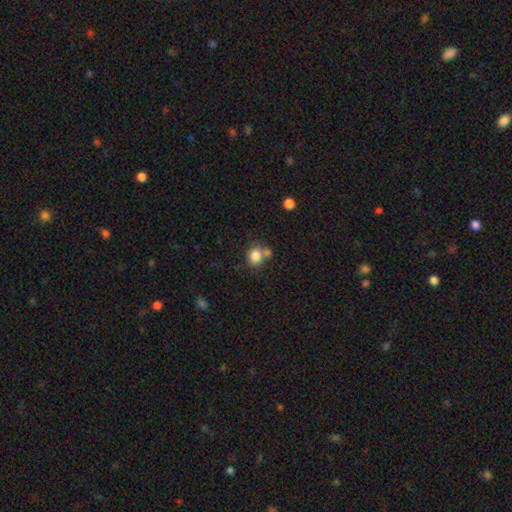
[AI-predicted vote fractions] A smooth galaxy with no disk features (83%) that is round (72%). Merging: none (57%).